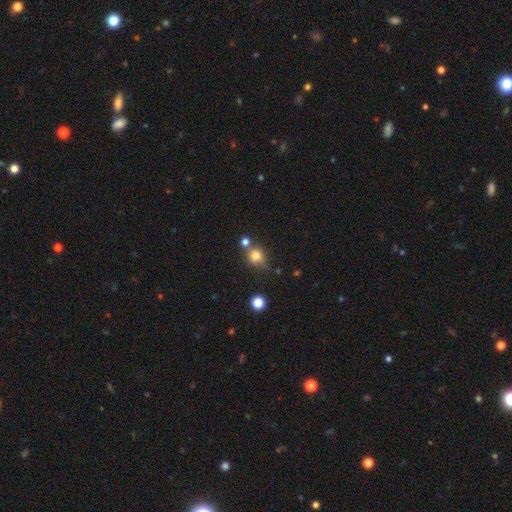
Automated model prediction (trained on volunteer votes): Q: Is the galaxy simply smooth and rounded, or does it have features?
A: smooth — 76%.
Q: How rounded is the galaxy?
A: round — 78%.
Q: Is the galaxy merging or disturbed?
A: none — 59%.